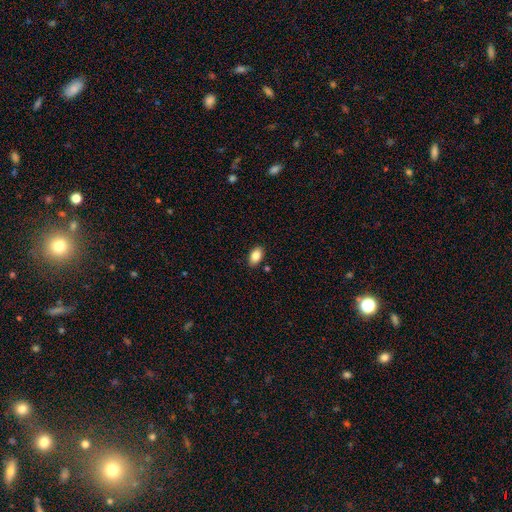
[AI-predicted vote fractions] Smooth or featured?
  - smooth: 85% *
  - star or artifact: 8%
  - featured or disk: 7%
How rounded?
  - in between: 92% *
  - round: 7%
  - cigar-shaped: 2%
Merging?
  - none: 88% *
  - minor disturbance: 9%
  - major disturbance: 2%
  - merger: 2%